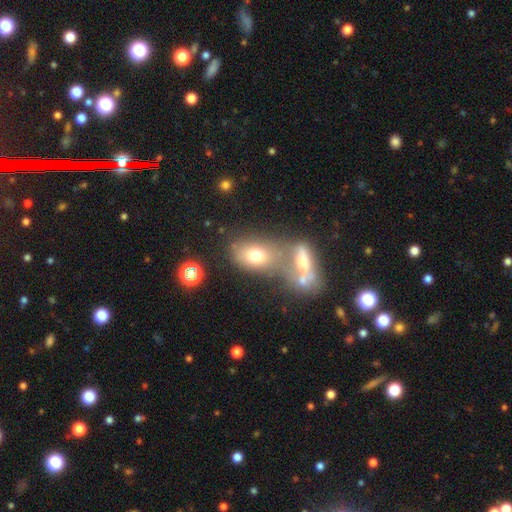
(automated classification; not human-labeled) smooth-or-featured: smooth: 69% | featured or disk: 19% | star or artifact: 12%
  how-rounded: in between: 78% | round: 18% | cigar-shaped: 3%
  merging: merger: 42% | none: 38% | minor disturbance: 11% | major disturbance: 8%